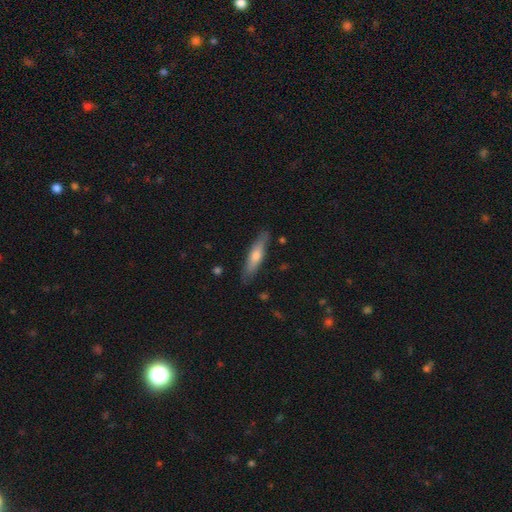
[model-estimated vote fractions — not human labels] Overall: smooth (57%; featured or disk 37%). How rounded: cigar-shaped (79%). Merging: none (85%).